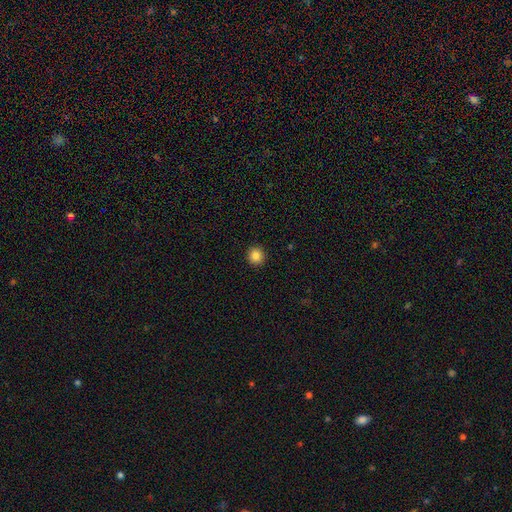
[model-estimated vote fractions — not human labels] smooth 86%, star or artifact 11%, featured or disk 4%. Down the decision tree: how rounded — round (91%); merging — none (93%).